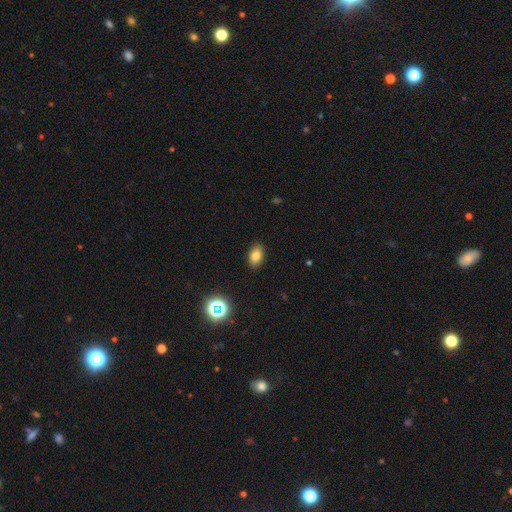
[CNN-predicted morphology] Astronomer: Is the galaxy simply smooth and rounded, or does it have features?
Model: smooth — 80%.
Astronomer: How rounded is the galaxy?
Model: in between — 86%.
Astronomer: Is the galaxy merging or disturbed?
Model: none — 88%.